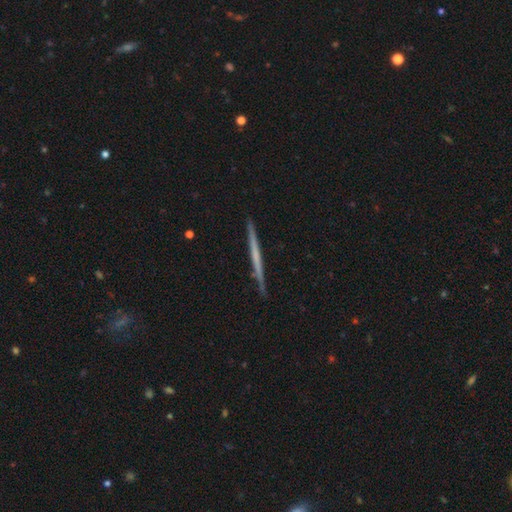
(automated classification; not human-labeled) Smooth or featured: featured or disk — 60% (smooth — 35%)
Edge-on disk: yes — 98% (no — 2%)
Edge-on bulge: none — 88% (rounded — 8%)
Merging: none — 90% (minor disturbance — 7%)